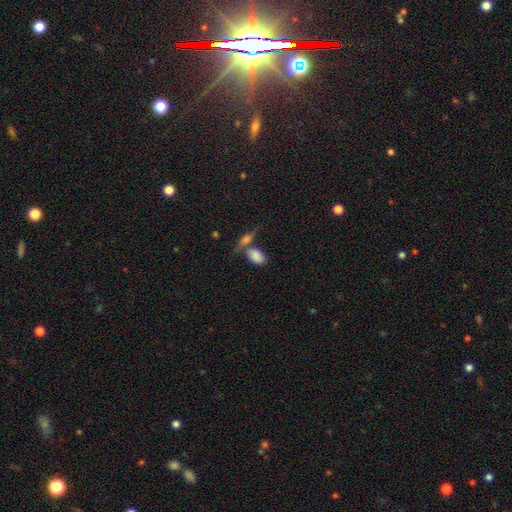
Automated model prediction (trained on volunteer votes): Q: Smooth or featured?
A: smooth (83%); runner-up: featured or disk (10%)
Q: How rounded?
A: in between (90%); runner-up: round (7%)
Q: Merging?
A: none (39%); tied with: merger (39%)